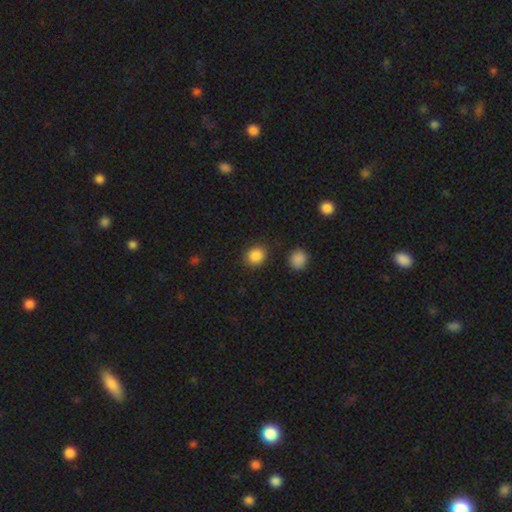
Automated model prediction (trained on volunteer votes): The model was most divided on "how rounded": round: 72%, in between: 27%, cigar-shaped: 1%. More confident: smooth or featured — smooth (87%); merging — none (85%).